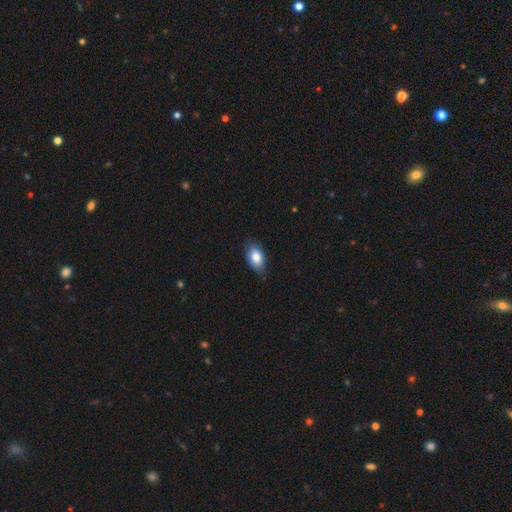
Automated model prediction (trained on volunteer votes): Smooth or featured: smooth — 83% (featured or disk — 10%)
How rounded: in between — 91% (round — 6%)
Merging: none — 82% (minor disturbance — 15%)